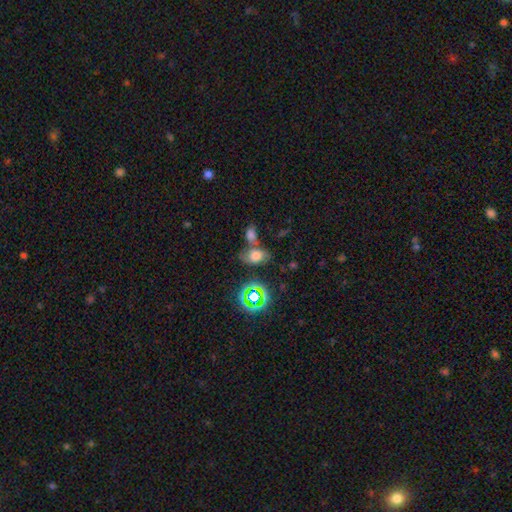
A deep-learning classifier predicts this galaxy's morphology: Smooth or featured?
  - smooth: 60% *
  - star or artifact: 22%
  - featured or disk: 18%
How rounded?
  - in between: 80% *
  - round: 18%
  - cigar-shaped: 2%
Merging?
  - none: 40% *
  - merger: 39%
  - minor disturbance: 14%
  - major disturbance: 7%